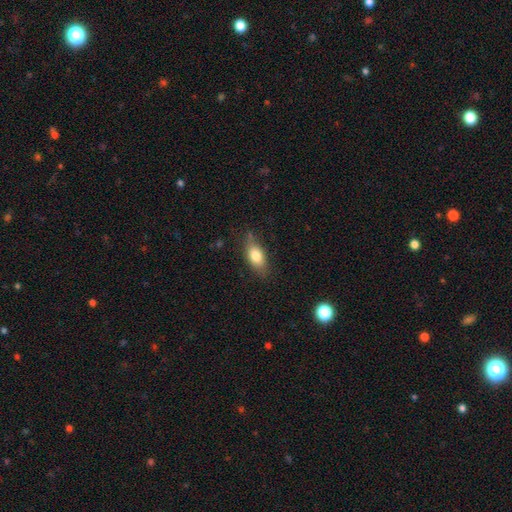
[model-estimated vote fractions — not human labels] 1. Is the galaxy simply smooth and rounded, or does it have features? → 79% smooth, 14% featured or disk, 8% star or artifact.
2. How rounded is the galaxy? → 85% in between, 9% cigar-shaped, 6% round.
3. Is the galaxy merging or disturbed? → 73% none, 20% minor disturbance, 4% major disturbance, 2% merger.